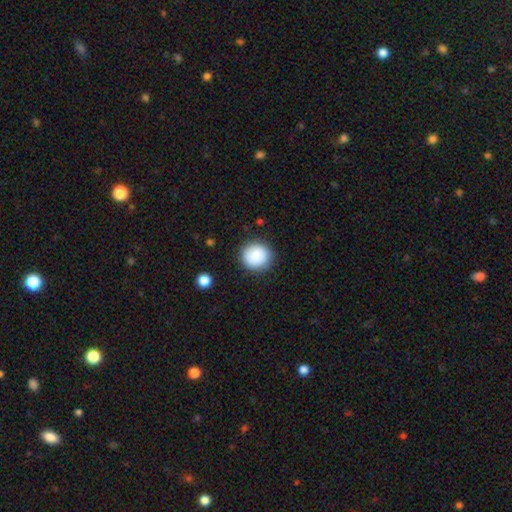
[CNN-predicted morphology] A smooth galaxy with no disk features (88%) that is round (90%). Merging: none (88%).